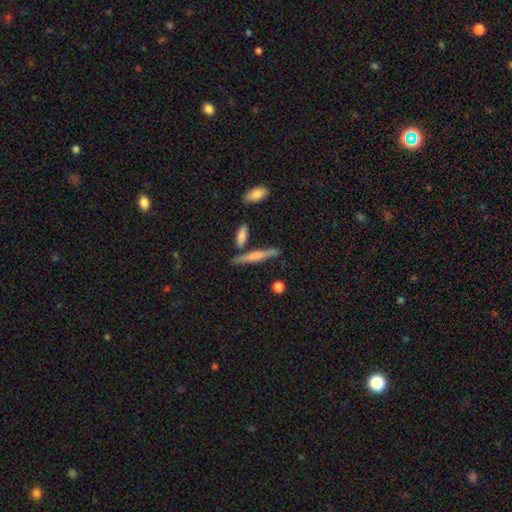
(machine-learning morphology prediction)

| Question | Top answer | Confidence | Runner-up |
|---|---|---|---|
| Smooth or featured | smooth | 48% | featured or disk (45%) |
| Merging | none | 74% | minor disturbance (13%) |